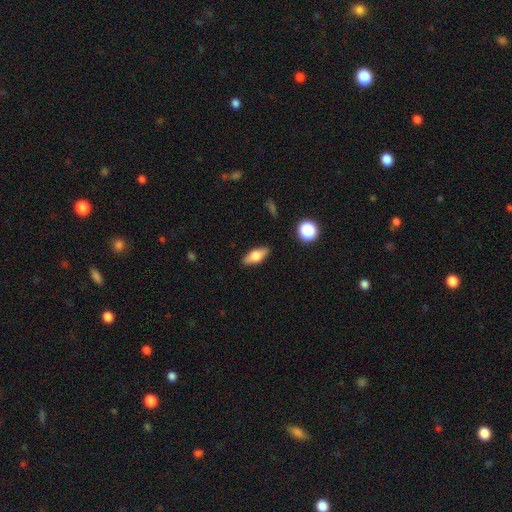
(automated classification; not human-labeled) This appears to be a smooth galaxy with no disk features (65%) that is in between round and cigar-shaped (75%). Merging: none (87%).